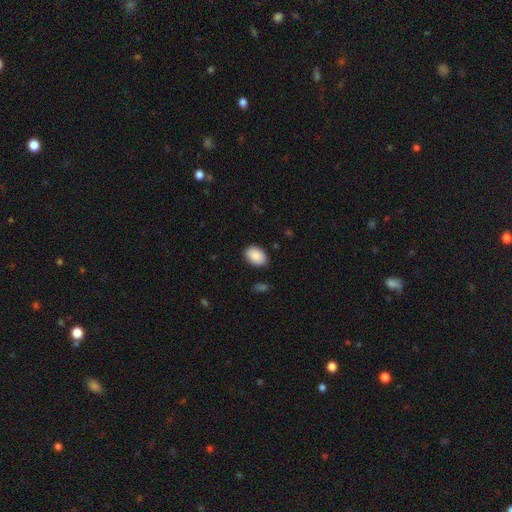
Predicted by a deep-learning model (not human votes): A smooth galaxy with no disk features (89%) that is in between round and cigar-shaped (83%).

Vote fractions:
- Smooth or featured? smooth: 89% / star or artifact: 7% / featured or disk: 4%
- How rounded? in between: 83% / round: 16% / cigar-shaped: 1%
- Merging? none: 87% / minor disturbance: 9% / major disturbance: 2% / merger: 1%